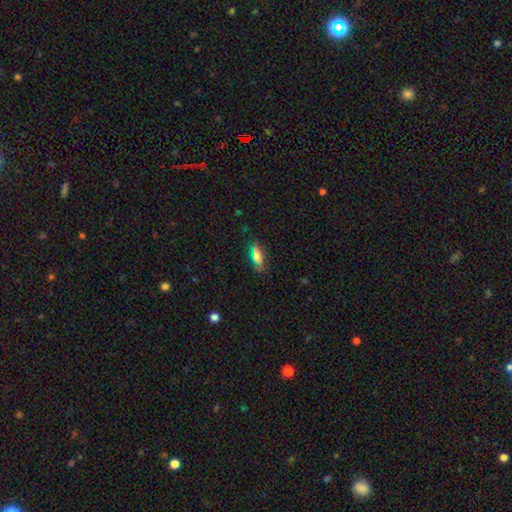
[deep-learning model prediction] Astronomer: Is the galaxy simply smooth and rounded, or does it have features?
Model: smooth — 67%.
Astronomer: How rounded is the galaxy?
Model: in between — 66%.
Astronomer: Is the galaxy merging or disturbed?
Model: none — 76%.